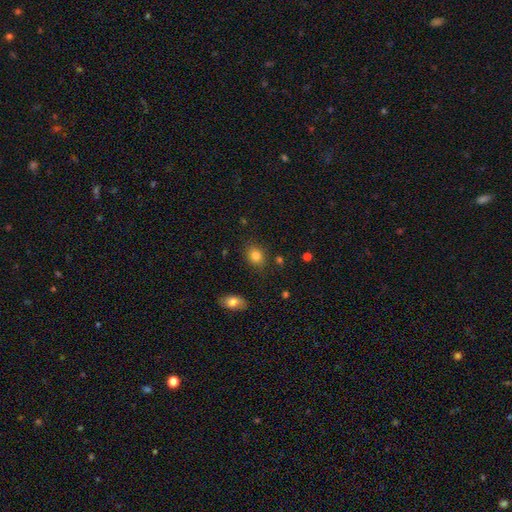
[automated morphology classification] Smooth or featured: smooth — 83% (star or artifact — 11%)
How rounded: round — 59% (in between — 40%)
Merging: none — 83% (minor disturbance — 11%)